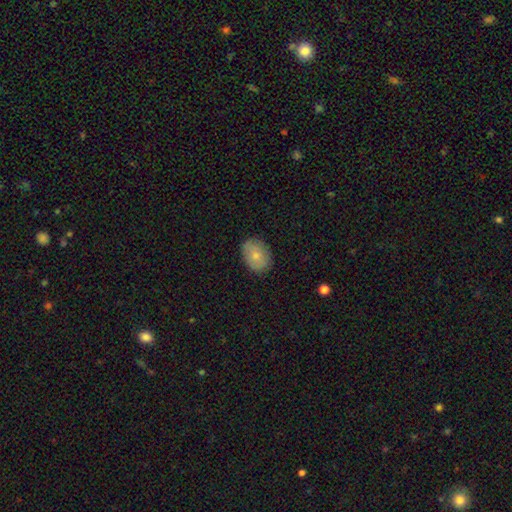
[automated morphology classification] A smooth galaxy with no disk features (77%) that is in between round and cigar-shaped (72%). Merging: none (84%).